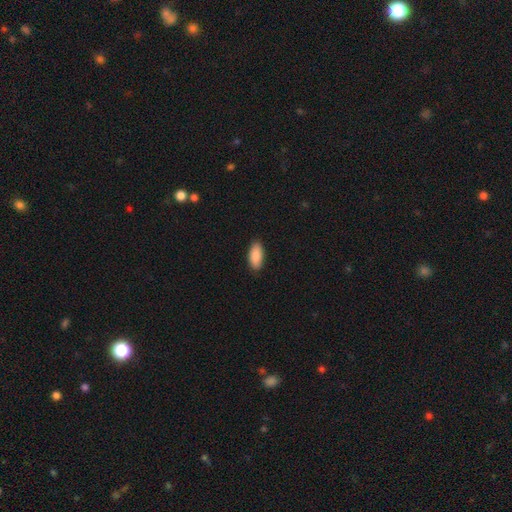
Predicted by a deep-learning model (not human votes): A smooth galaxy with no disk features (90%) that is in between round and cigar-shaped (89%). Merging: none (89%).